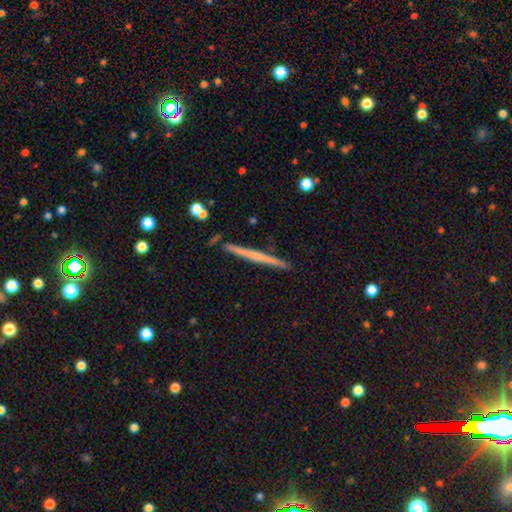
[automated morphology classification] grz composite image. It shows a featured or disk galaxy (64%) viewed edge-on (98%) with no central bulge (60%). Merging: none (90%).